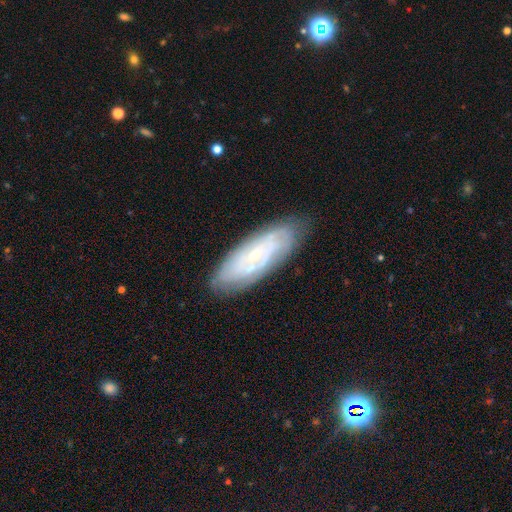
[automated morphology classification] This is likely a featured or disk galaxy (70%). It is clearly not viewed edge-on (86%). Bar: likely no (66%). Spiral arm pattern: clearly yes (86%). Spiral arm count: possibly can't tell (54%). Spiral winding: likely tight (70%). Central bulge: likely small (79%). Merging: clearly none (81%).